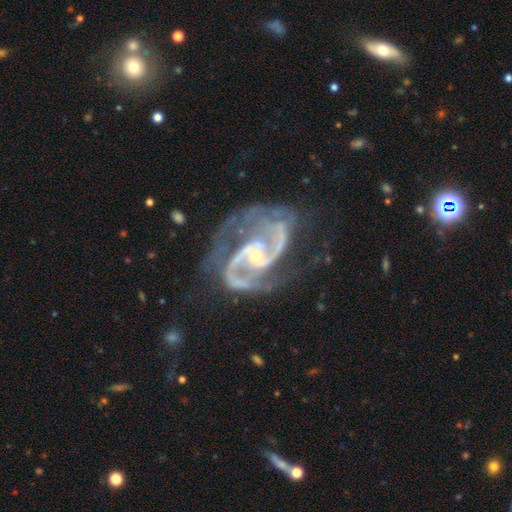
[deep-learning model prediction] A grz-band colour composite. It shows a featured or disk galaxy (93%) with no bar (49%), 2 (85%) medium (61%) spiral arms (98%) and a small central bulge (66%). Merging: none (60%).